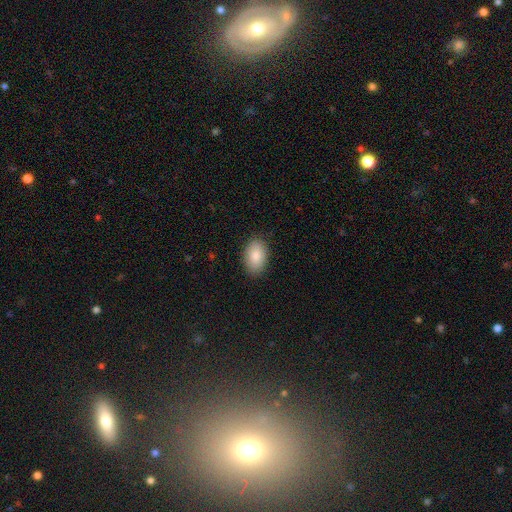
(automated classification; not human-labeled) Morphology: type=smooth (85%); roundness=in between (90%); merging=none (87%).